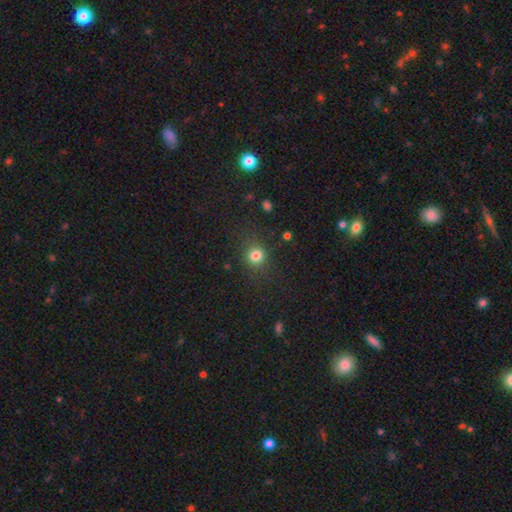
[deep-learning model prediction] This is likely a smooth galaxy (79%). How rounded: clearly round (85%). Merging: clearly none (83%).